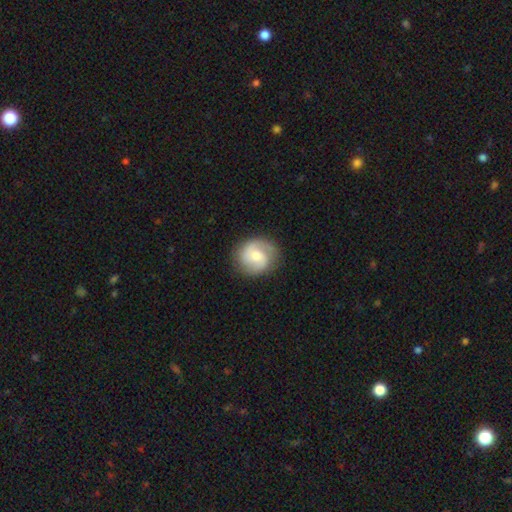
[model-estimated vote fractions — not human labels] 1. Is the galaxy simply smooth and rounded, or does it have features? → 61% featured or disk, 33% smooth, 6% star or artifact.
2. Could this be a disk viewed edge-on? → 98% no, 2% yes.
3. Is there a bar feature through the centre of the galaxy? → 54% no, 39% weak, 7% strong.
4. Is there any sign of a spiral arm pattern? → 89% yes, 11% no.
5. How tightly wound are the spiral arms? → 44% medium, 35% tight, 20% loose.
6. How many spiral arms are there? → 75% 2, 10% can't tell, 9% 1, 3% 3, 1% 4, 1% more than 4.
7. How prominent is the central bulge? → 61% moderate, 31% small, 5% large, 2% none, 1% dominant.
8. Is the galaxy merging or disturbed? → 81% none, 13% minor disturbance, 5% major disturbance, 1% merger.